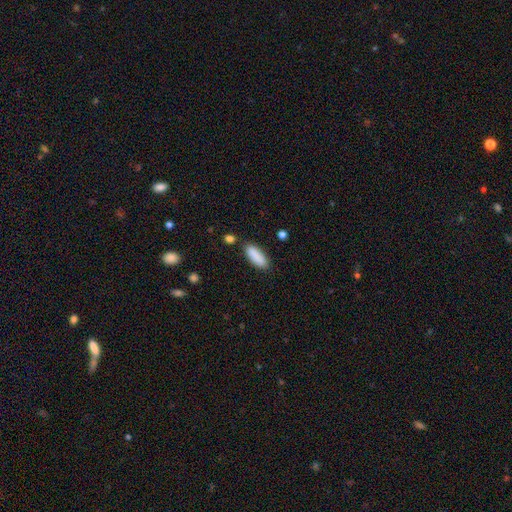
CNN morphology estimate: Smooth or featured? Predicted: smooth (p=0.89). How rounded? Predicted: in between (p=0.64). Merging? Predicted: none (p=0.84).